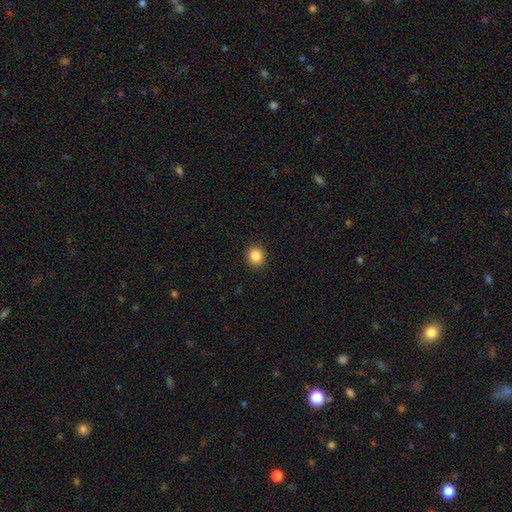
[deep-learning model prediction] Smooth or featured: smooth — 86% (star or artifact — 10%)
How rounded: round — 84% (in between — 16%)
Merging: none — 92% (minor disturbance — 6%)